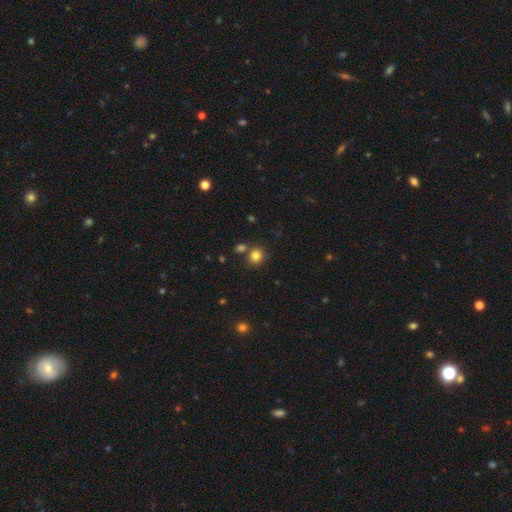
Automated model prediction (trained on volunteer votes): A smooth galaxy with no disk features (82%) that is round (80%). Merging: none (70%).